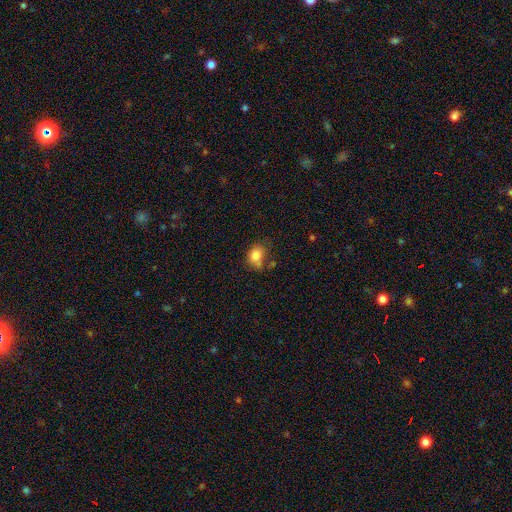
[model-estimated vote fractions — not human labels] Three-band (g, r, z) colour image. It shows a smooth galaxy with no disk features (81%) that is in between round and cigar-shaped (65%). Merging: none (45%).